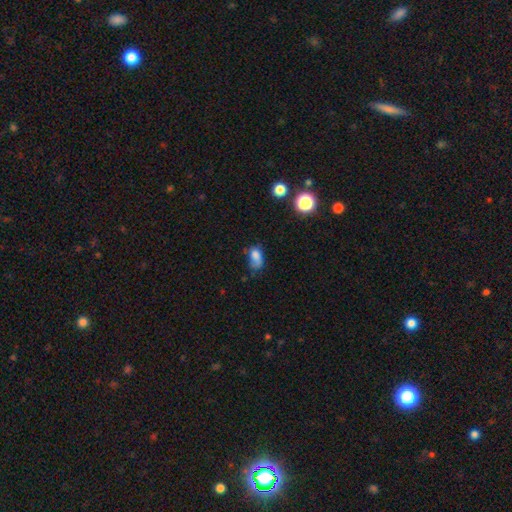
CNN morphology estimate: smooth-or-featured: smooth: 74% | featured or disk: 14% | star or artifact: 12%
  how-rounded: in between: 86% | round: 10% | cigar-shaped: 3%
  merging: minor disturbance: 35% | none: 33% | major disturbance: 26% | merger: 6%